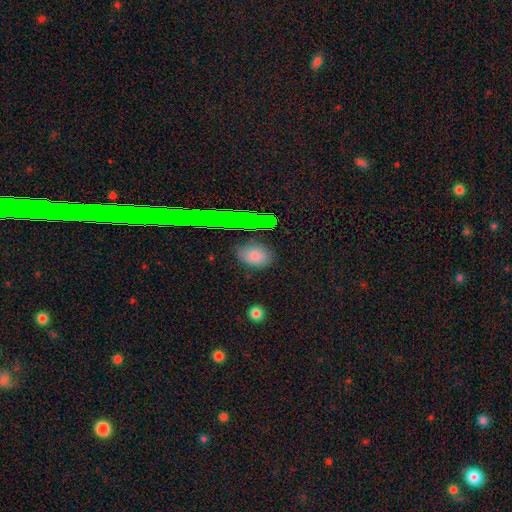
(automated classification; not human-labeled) Smooth or featured? smooth (79%)
How rounded? in between (82%)
Merging? none (82%)